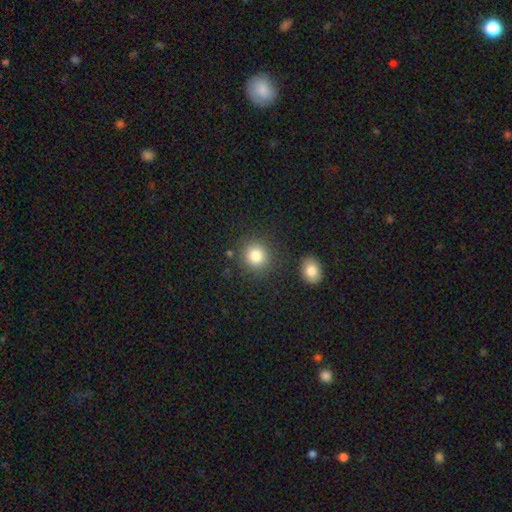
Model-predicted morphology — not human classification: A smooth galaxy with no disk features (83%) that is round (88%). Merging: none (84%).